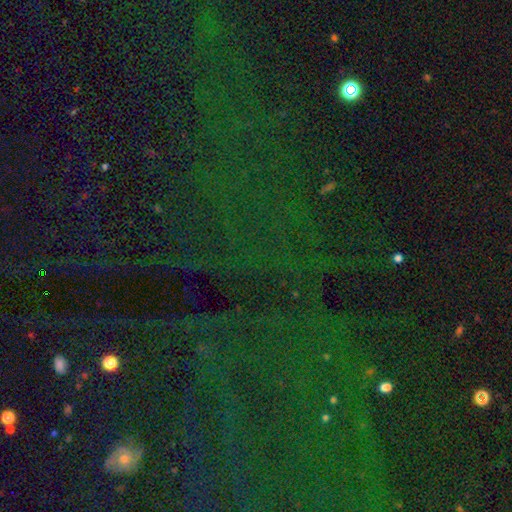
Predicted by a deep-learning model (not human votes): This is clearly a star or artifact rather than a galaxy (82%).